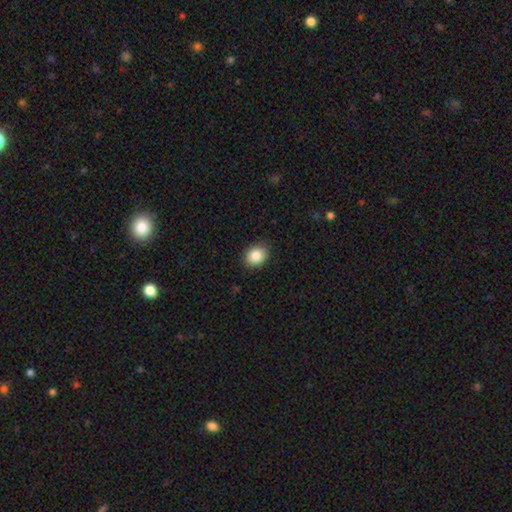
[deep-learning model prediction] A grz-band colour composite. It shows a smooth galaxy with no disk features (86%) that is round (51%). Merging: none (88%).